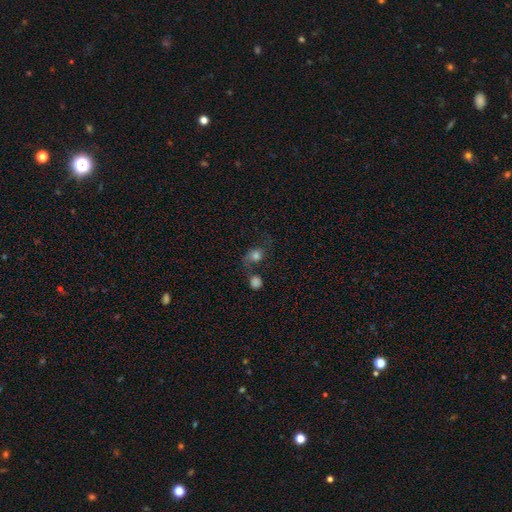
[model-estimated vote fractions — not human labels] The model was most divided on "merging": none: 40%, merger: 28%, minor disturbance: 16%, major disturbance: 16%. More confident: how rounded — round (68%); smooth or featured — smooth (57%).